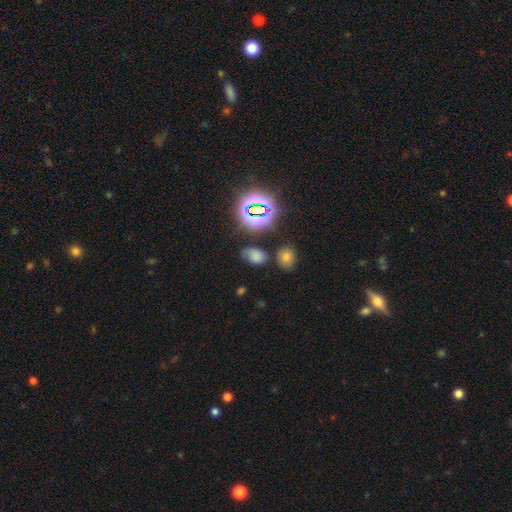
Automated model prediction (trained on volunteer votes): smooth 62%, star or artifact 28%, featured or disk 11%. Down the decision tree: how rounded — in between (82%); merging — none (65%).